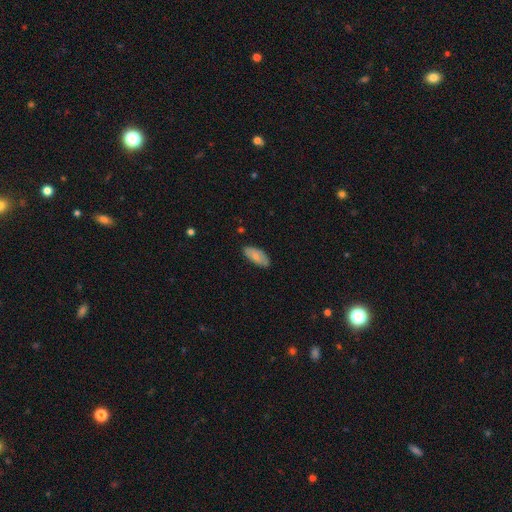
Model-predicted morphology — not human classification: The model was most divided on "smooth or featured": smooth: 71%, featured or disk: 23%, star or artifact: 6%. More confident: how rounded — in between (88%); merging — none (81%).